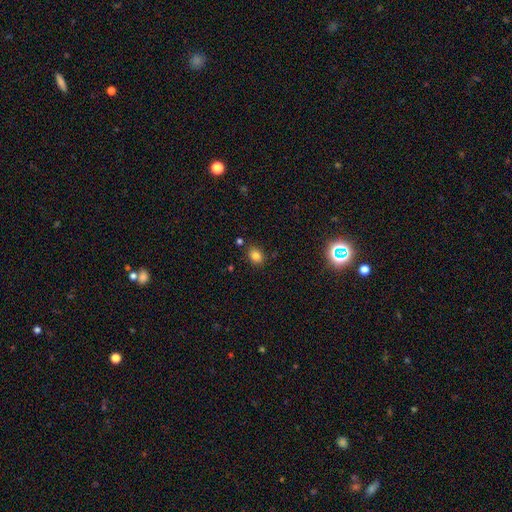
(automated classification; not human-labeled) This is likely a smooth galaxy (80%). How rounded: possibly in between (57%). Merging: clearly none (81%).